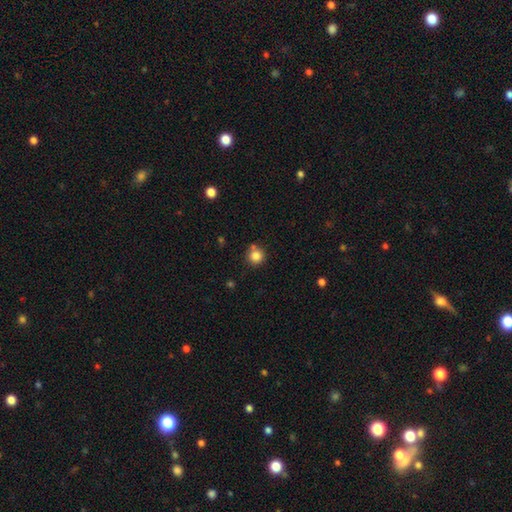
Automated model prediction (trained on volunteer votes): This is clearly a smooth galaxy (83%). How rounded: clearly round (93%). Merging: likely none (74%).